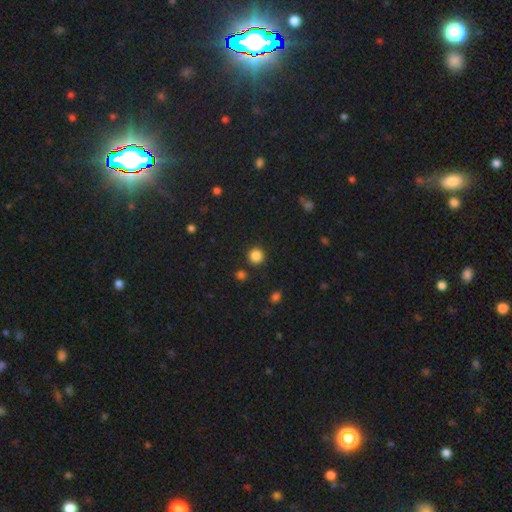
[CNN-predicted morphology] Overall: smooth (85%). How rounded: round (94%). Merging: none (89%).